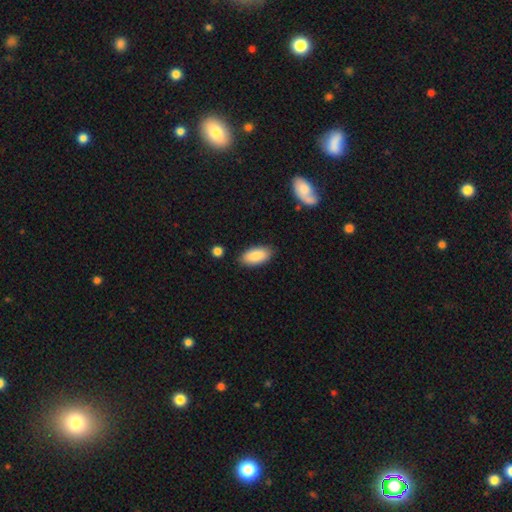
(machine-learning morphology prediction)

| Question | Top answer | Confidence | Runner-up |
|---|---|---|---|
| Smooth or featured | smooth | 86% | featured or disk (8%) |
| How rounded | in between | 91% | cigar-shaped (7%) |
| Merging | none | 85% | minor disturbance (11%) |